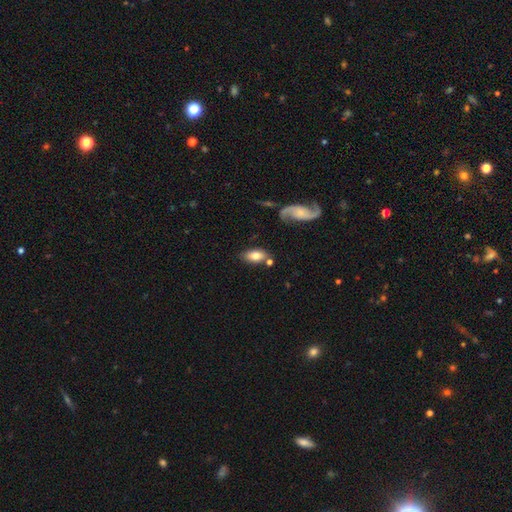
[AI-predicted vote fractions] Q: Smooth or featured?
A: smooth (74%); runner-up: featured or disk (19%)
Q: How rounded?
A: in between (91%); runner-up: round (5%)
Q: Merging?
A: none (70%); runner-up: minor disturbance (16%)